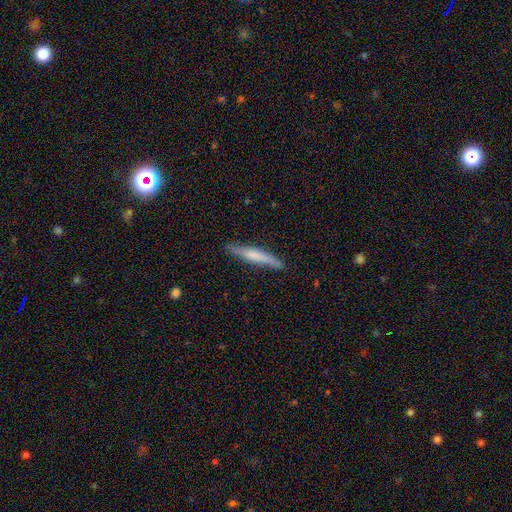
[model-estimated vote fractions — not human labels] Morphology: type=smooth (55%); roundness=cigar-shaped (94%); merging=none (85%).